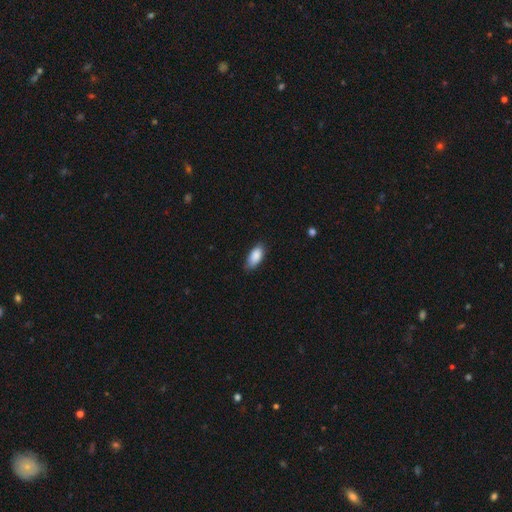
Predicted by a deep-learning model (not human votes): smooth-or-featured: smooth: 88% | star or artifact: 6% | featured or disk: 5%
  how-rounded: in between: 90% | cigar-shaped: 8% | round: 2%
  merging: none: 77% | minor disturbance: 19% | major disturbance: 3% | merger: 1%